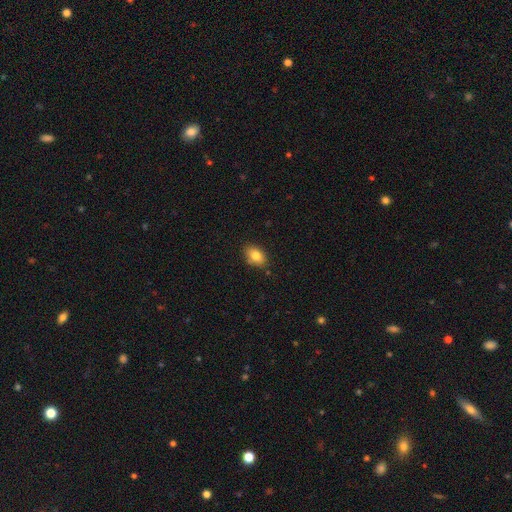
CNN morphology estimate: Q: Smooth or featured?
A: smooth (82%); runner-up: featured or disk (9%)
Q: How rounded?
A: in between (84%); runner-up: round (15%)
Q: Merging?
A: none (83%); runner-up: minor disturbance (13%)